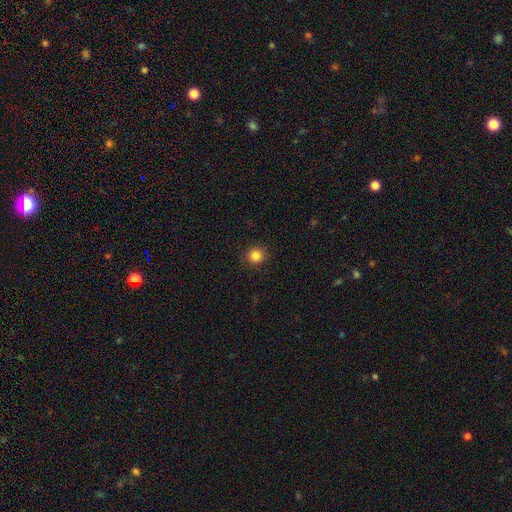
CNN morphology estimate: The model was most divided on "smooth or featured": smooth: 84%, star or artifact: 12%, featured or disk: 4%. More confident: merging — none (91%); how rounded — round (91%).